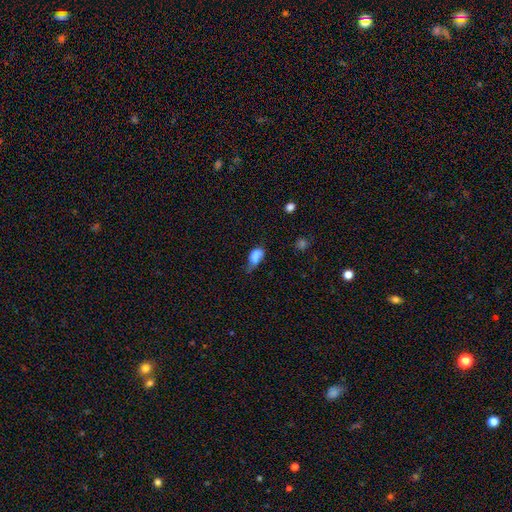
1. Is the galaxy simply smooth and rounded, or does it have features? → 61% smooth, 29% featured or disk, 11% star or artifact.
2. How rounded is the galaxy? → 83% in between, 17% round, 0% cigar-shaped.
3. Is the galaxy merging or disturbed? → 32% none (tied), 32% major disturbance (tied), 24% minor disturbance, 12% merger.